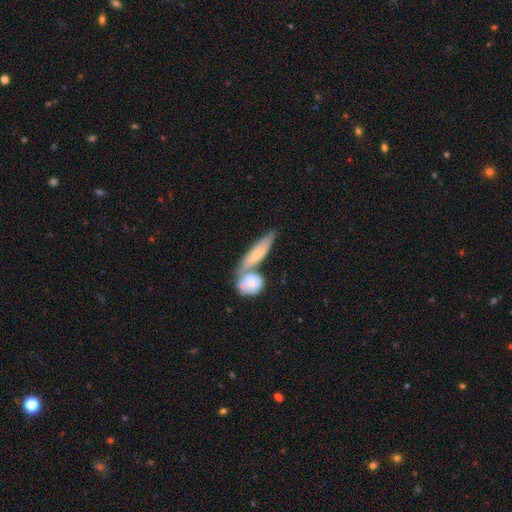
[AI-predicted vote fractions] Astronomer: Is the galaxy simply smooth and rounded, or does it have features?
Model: smooth — 47% (runner-up: featured or disk, 44%).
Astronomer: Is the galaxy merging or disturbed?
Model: none — 43% (runner-up: merger, 41%).